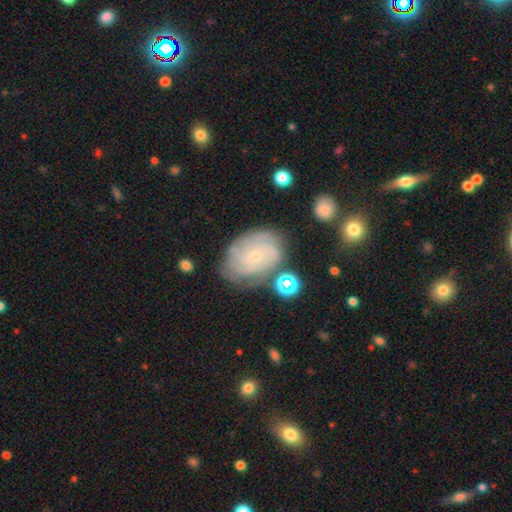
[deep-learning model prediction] Smooth or featured? Predicted: featured or disk (p=0.71). Edge-on disk? Predicted: no (p=0.97). Bar? Predicted: no (p=0.68). Spiral arms? Predicted: yes (p=0.88). Spiral winding? Predicted: tight (p=0.64). Spiral arm count? Predicted: can't tell (p=0.47). Bulge size? Predicted: small (p=0.79). Merging? Predicted: none (p=0.69).